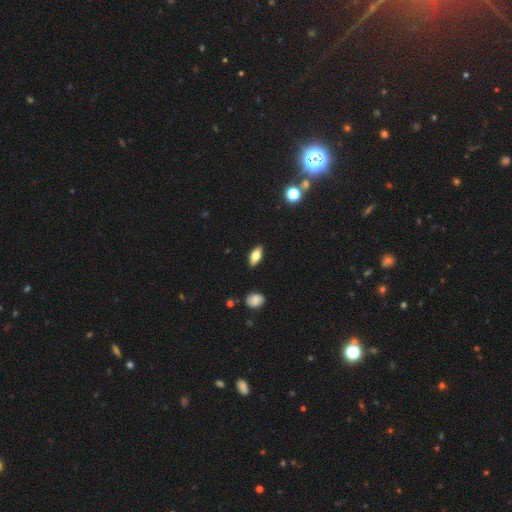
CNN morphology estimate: A smooth galaxy with no disk features (67%) that is in between round and cigar-shaped (82%). Merging: none (89%).